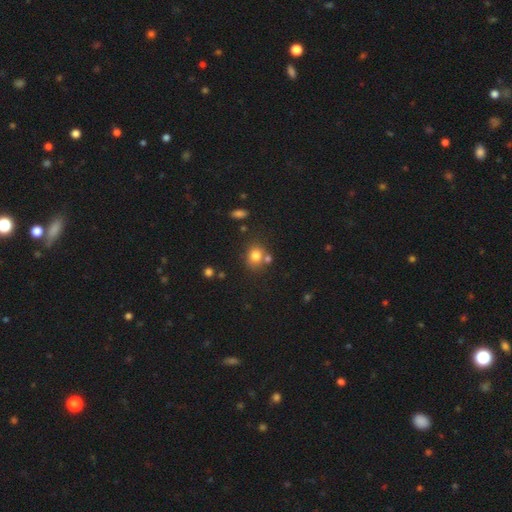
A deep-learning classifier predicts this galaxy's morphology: Smooth or featured? smooth (79%)
How rounded? round (67%)
Merging? none (63%)